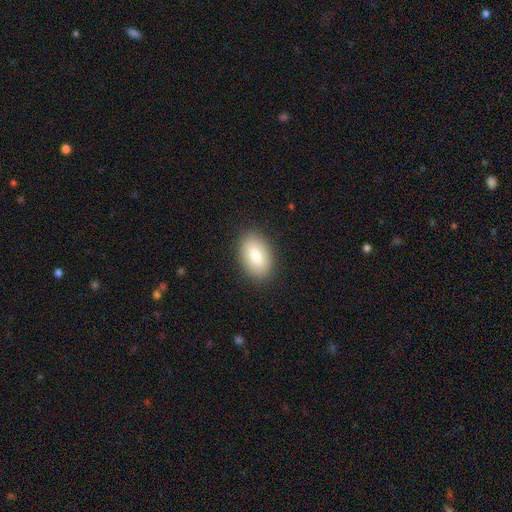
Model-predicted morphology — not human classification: The model was most divided on "smooth or featured": smooth: 80%, featured or disk: 13%, star or artifact: 7%. More confident: how rounded — in between (91%); merging — none (88%).